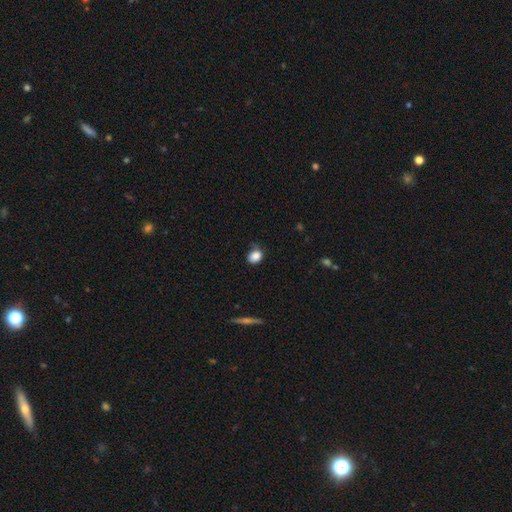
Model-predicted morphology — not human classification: Q: Smooth or featured?
A: smooth (85%); runner-up: star or artifact (9%)
Q: How rounded?
A: in between (52%); runner-up: round (46%)
Q: Merging?
A: none (62%); runner-up: minor disturbance (28%)